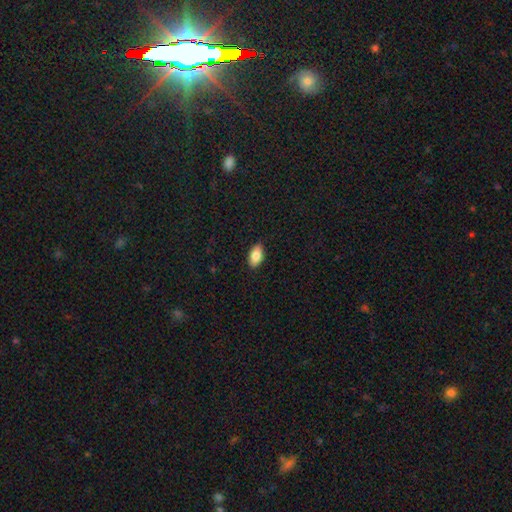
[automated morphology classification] Smooth or featured: smooth — 85% (featured or disk — 8%)
How rounded: in between — 93% (cigar-shaped — 4%)
Merging: none — 88% (minor disturbance — 9%)